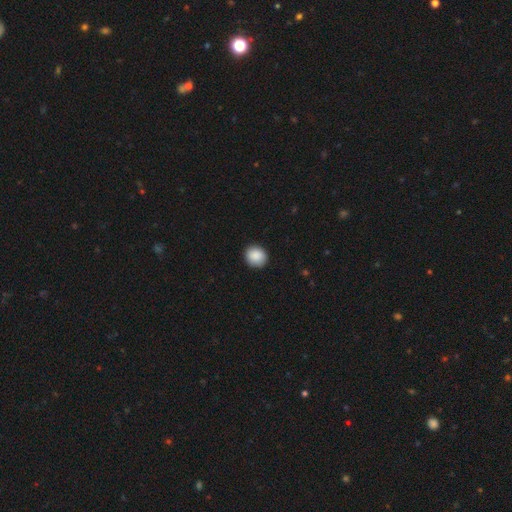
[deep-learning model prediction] Smooth or featured?
  - smooth: 89% *
  - star or artifact: 7%
  - featured or disk: 3%
How rounded?
  - round: 83% *
  - in between: 16%
  - cigar-shaped: 1%
Merging?
  - none: 90% *
  - minor disturbance: 7%
  - major disturbance: 2%
  - merger: 1%